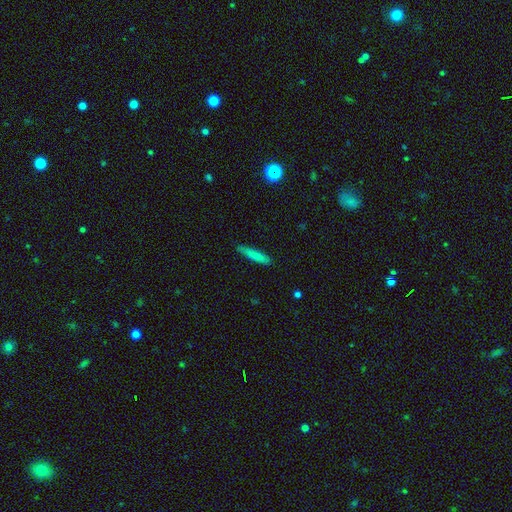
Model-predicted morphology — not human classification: Overall: smooth (79%). How rounded: cigar-shaped (91%). Merging: none (84%).